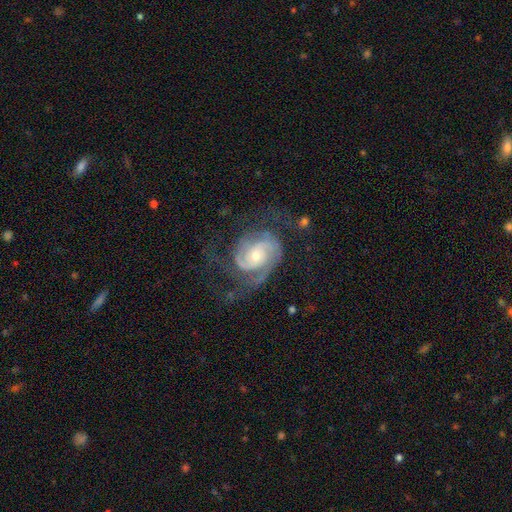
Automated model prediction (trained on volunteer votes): featured or disk 89%, smooth 6%, star or artifact 5%. Down the decision tree: edge-on disk — no (98%); bar — no (61%); spiral arms — yes (97%); spiral arm count — 2 (66%); spiral winding — tight (50%); bulge size — small (53%); merging — none (59%).